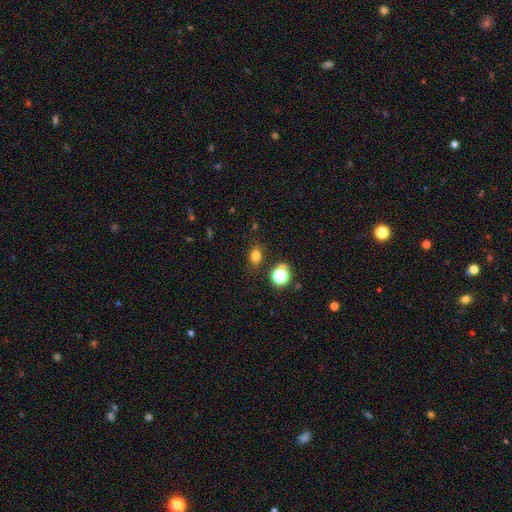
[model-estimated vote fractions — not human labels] A smooth galaxy with no disk features (77%) that is in between round and cigar-shaped (66%). Merging: none (82%).